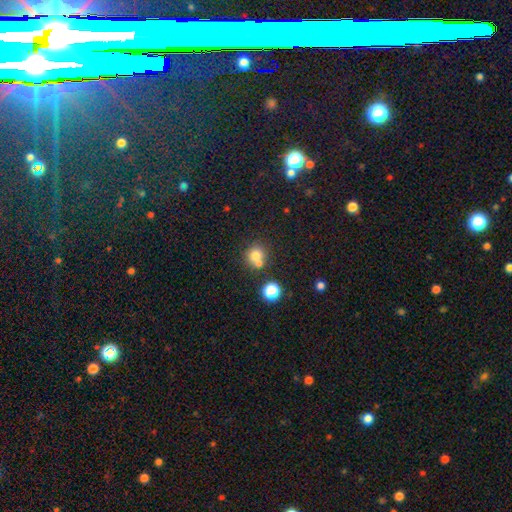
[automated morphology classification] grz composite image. It shows a smooth galaxy with no disk features (75%) that is round (87%). Merging: none (54%).